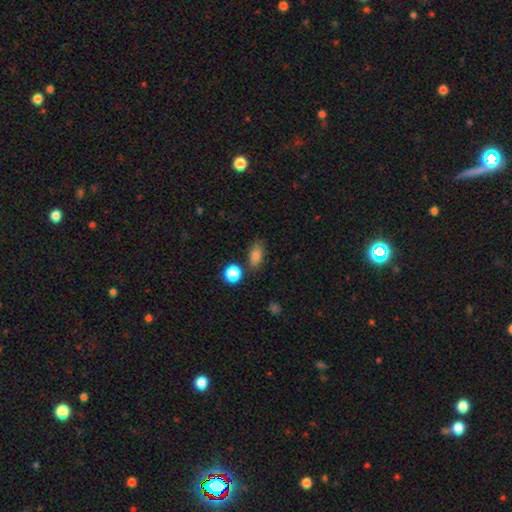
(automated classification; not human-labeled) Smooth or featured?
  - smooth: 83% *
  - star or artifact: 11%
  - featured or disk: 6%
How rounded?
  - in between: 81% *
  - round: 13%
  - cigar-shaped: 6%
Merging?
  - none: 74% *
  - minor disturbance: 16%
  - merger: 6%
  - major disturbance: 4%